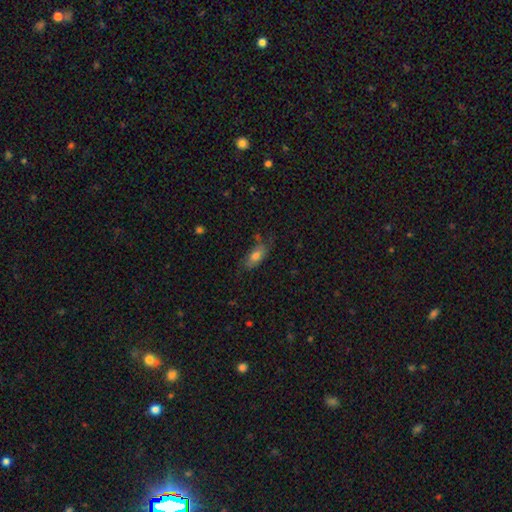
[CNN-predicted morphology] The model was most divided on "merging": none: 55%, minor disturbance: 28%, major disturbance: 12%, merger: 5%. More confident: how rounded — in between (83%); smooth or featured — smooth (72%).